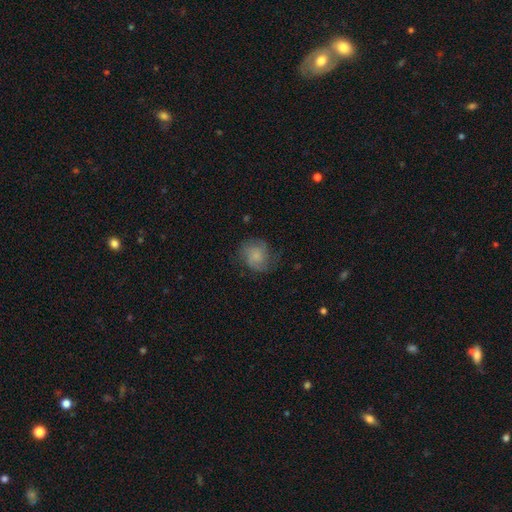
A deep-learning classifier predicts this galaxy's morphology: A smooth galaxy with no disk features (48%). Merging: none (66%).